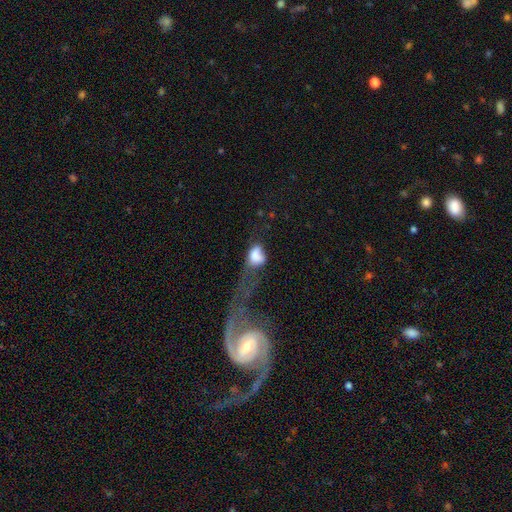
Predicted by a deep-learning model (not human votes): Overall: smooth (68%). How rounded: in between (78%). Merging: major disturbance (50%; merger 24%).